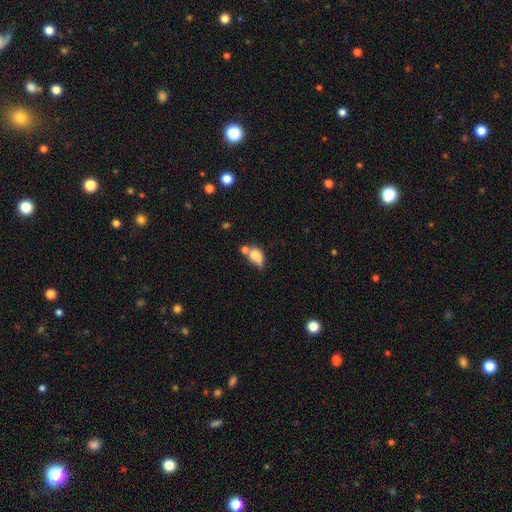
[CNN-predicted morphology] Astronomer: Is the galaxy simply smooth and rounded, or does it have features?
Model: smooth — 73%.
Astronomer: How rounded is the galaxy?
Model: in between — 82%.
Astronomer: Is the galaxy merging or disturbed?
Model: merger — 37% (runner-up: none, 27%).